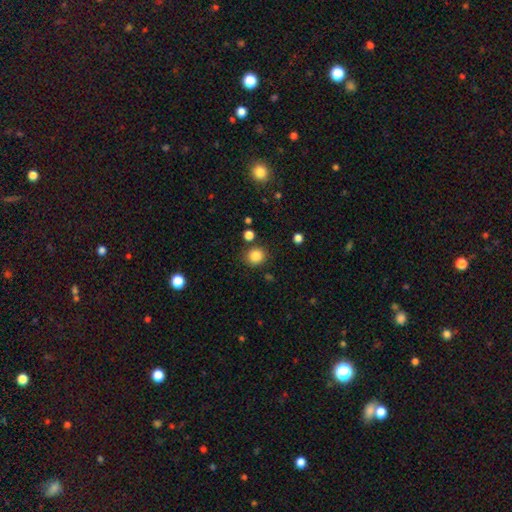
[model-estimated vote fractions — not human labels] smooth_or_featured: smooth (p=0.85) [alt: star or artifact p=0.11]
how_rounded: round (p=0.85) [alt: in between p=0.14]
merging: none (p=0.82) [alt: minor disturbance p=0.09]